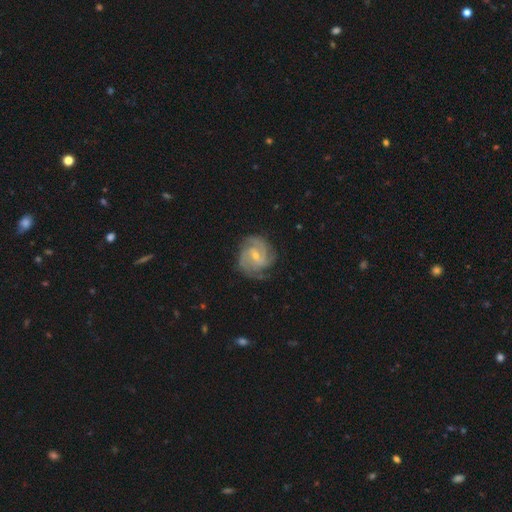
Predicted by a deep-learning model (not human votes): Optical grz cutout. It shows a featured or disk galaxy (89%) with a weak bar (53%), 3 (45%) tight (55%) spiral arms (98%) and a small central bulge (59%). Merging: none (75%).